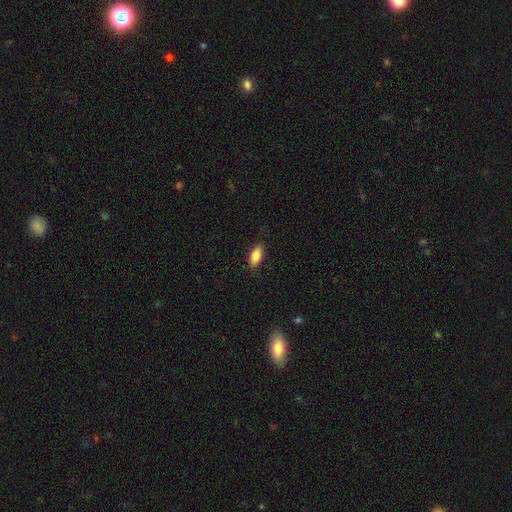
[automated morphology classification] Smooth or featured: smooth — 84% (featured or disk — 9%)
How rounded: in between — 85% (cigar-shaped — 12%)
Merging: none — 86% (minor disturbance — 11%)